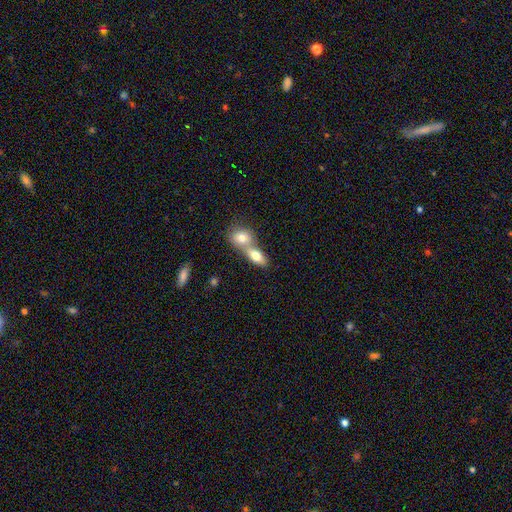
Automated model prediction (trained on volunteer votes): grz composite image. It shows a smooth galaxy with no disk features (74%) that is in between round and cigar-shaped (77%). Merging: merger (64%).